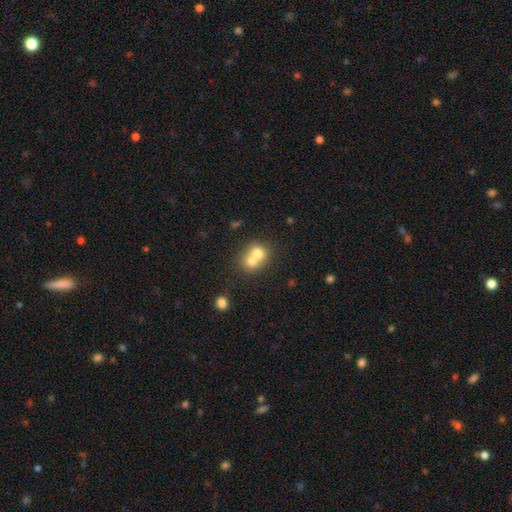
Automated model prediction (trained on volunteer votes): Smooth or featured?
  - smooth: 70% *
  - featured or disk: 20%
  - star or artifact: 10%
How rounded?
  - round: 70% *
  - in between: 29%
  - cigar-shaped: 1%
Merging?
  - merger: 70% *
  - none: 23%
  - minor disturbance: 5%
  - major disturbance: 2%